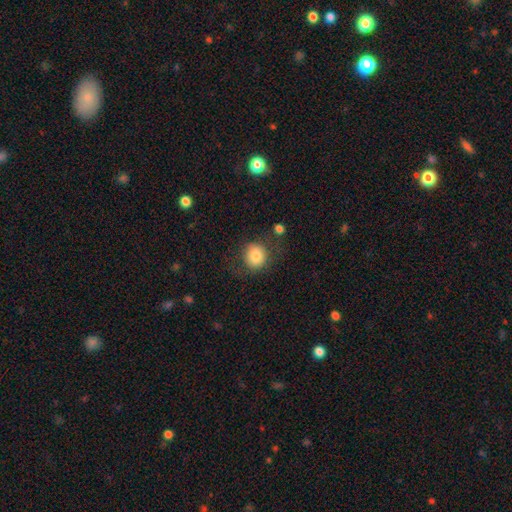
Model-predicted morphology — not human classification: Smooth or featured: smooth — 82% (star or artifact — 9%)
How rounded: round — 83% (in between — 16%)
Merging: none — 74% (minor disturbance — 14%)